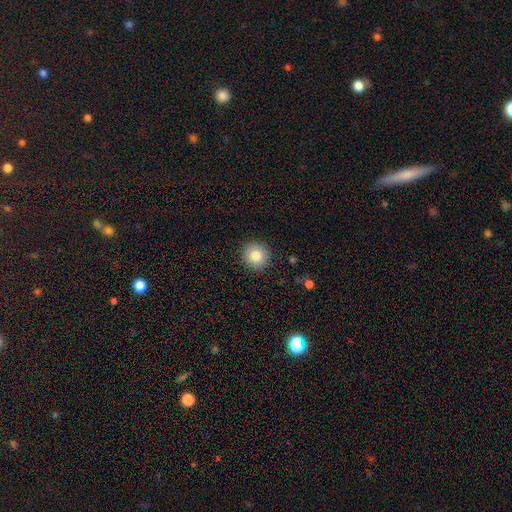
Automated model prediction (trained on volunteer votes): Smooth or featured: smooth — 82% (star or artifact — 10%)
How rounded: round — 94% (in between — 5%)
Merging: none — 90% (minor disturbance — 7%)